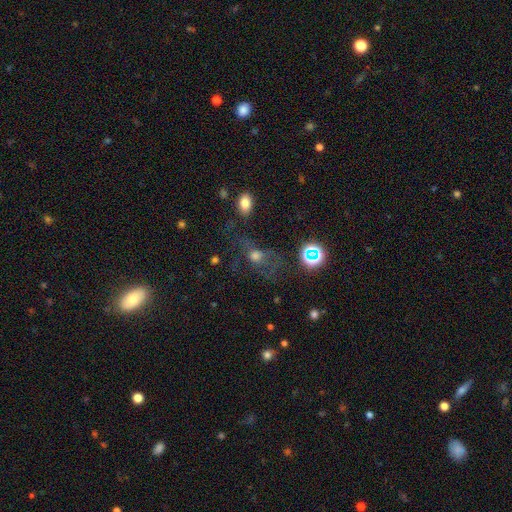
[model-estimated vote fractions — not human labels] Smooth or featured? smooth (45%)
Merging? none (42%)